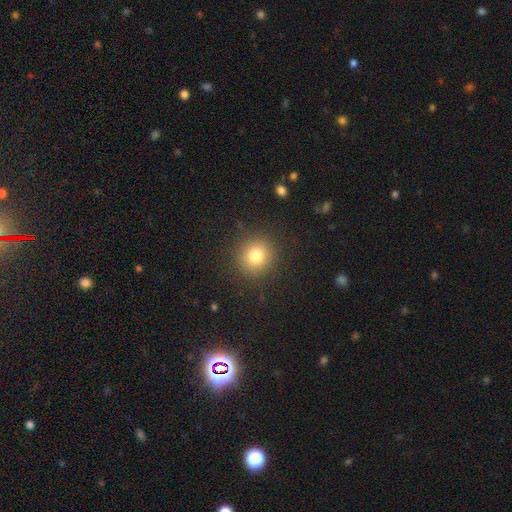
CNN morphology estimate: smooth 80%, star or artifact 12%, featured or disk 8%. Down the decision tree: how rounded — round (89%); merging — none (89%).